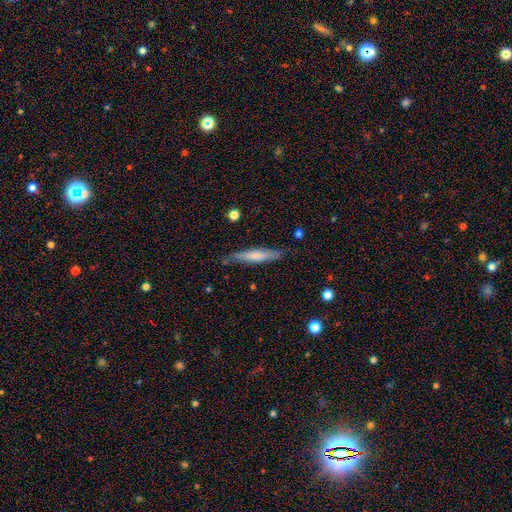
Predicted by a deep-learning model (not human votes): A smooth galaxy with no disk features (61%) that is cigar-shaped (89%). Merging: none (81%).